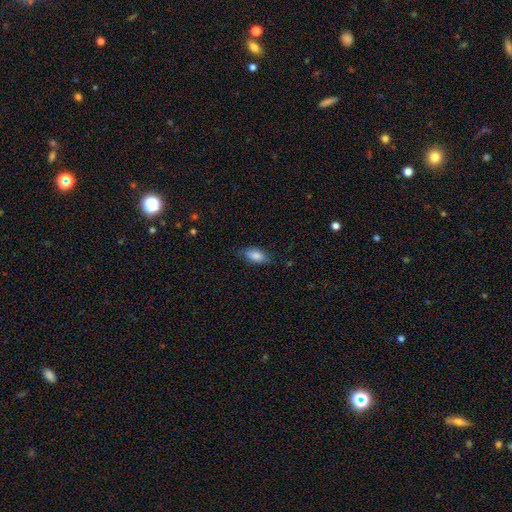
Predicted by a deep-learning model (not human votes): Smooth or featured? smooth (86%)
How rounded? in between (90%)
Merging? none (79%)